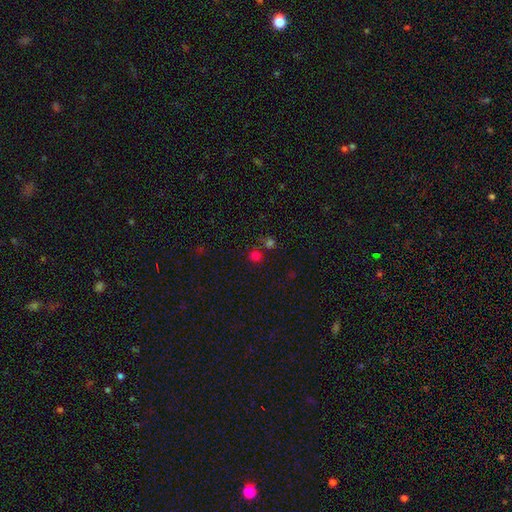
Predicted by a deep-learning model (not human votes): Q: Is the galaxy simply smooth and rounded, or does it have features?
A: smooth — 66%.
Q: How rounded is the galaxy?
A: round — 90%.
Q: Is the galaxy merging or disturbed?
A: none — 69%.